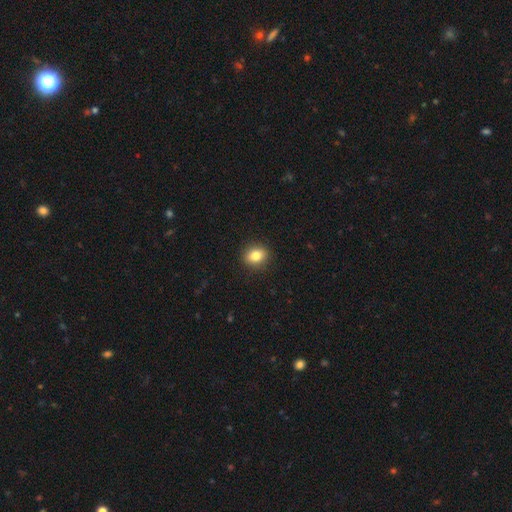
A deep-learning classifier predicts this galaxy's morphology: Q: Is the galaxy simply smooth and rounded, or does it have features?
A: smooth — 83%.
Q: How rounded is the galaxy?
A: round — 55%.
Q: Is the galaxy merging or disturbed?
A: none — 91%.